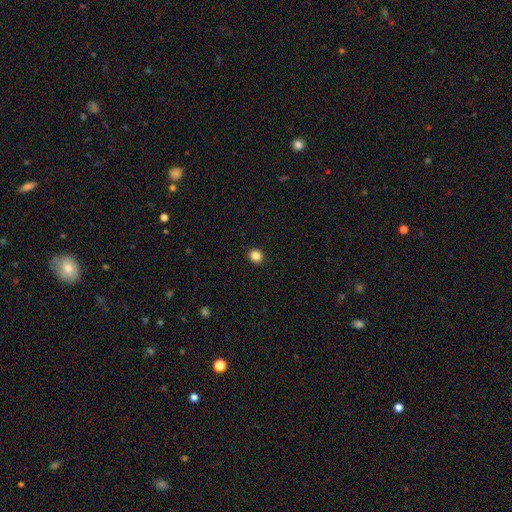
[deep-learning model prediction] This appears to be a smooth galaxy with no disk features (85%) that is round (89%). Merging: none (93%).